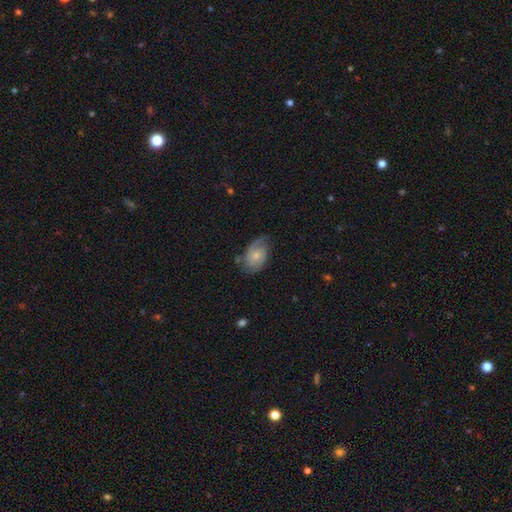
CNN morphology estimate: Q: Smooth or featured?
A: featured or disk (51%); runner-up: smooth (43%)
Q: Edge-on disk?
A: no (95%); runner-up: yes (5%)
Q: Merging?
A: none (56%); runner-up: minor disturbance (29%)